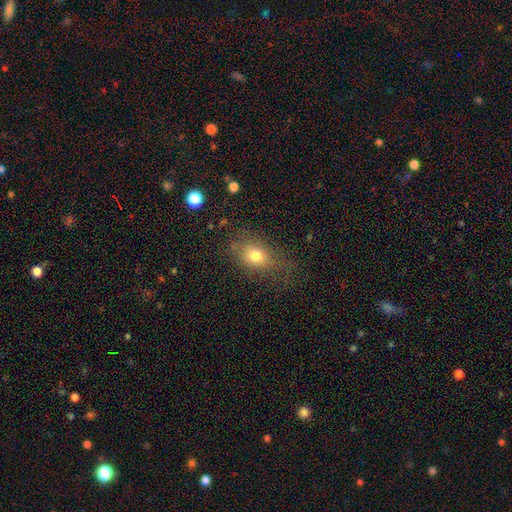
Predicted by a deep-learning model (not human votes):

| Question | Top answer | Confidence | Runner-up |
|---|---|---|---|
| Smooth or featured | smooth | 75% | featured or disk (13%) |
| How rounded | in between | 65% | round (33%) |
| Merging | none | 58% | minor disturbance (23%) |